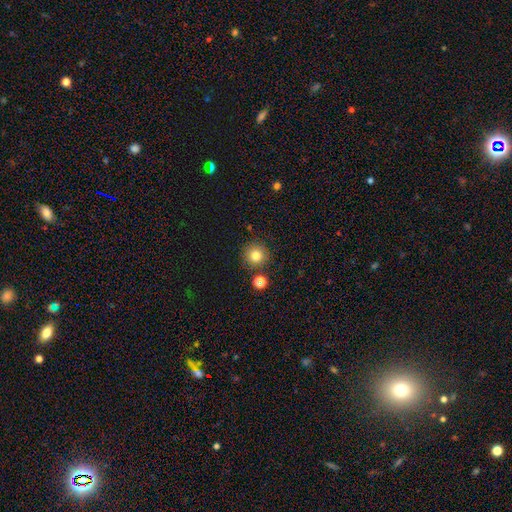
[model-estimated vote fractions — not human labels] Smooth or featured: smooth — 79% (star or artifact — 14%)
How rounded: round — 94% (in between — 5%)
Merging: none — 84% (minor disturbance — 8%)